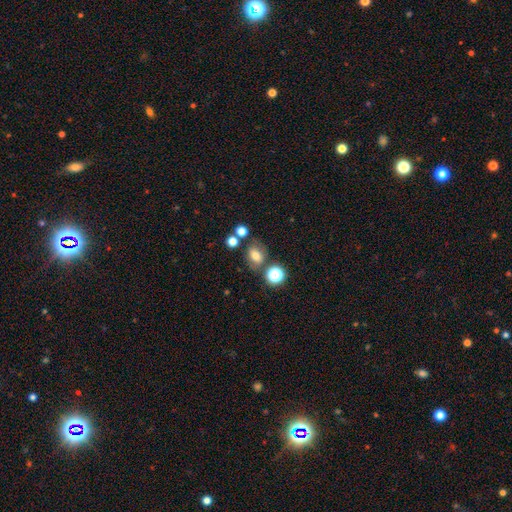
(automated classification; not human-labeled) smooth-or-featured: smooth: 69% | star or artifact: 17% | featured or disk: 14%
  how-rounded: in between: 55% | round: 44% | cigar-shaped: 1%
  merging: none: 66% | minor disturbance: 15% | merger: 13% | major disturbance: 6%